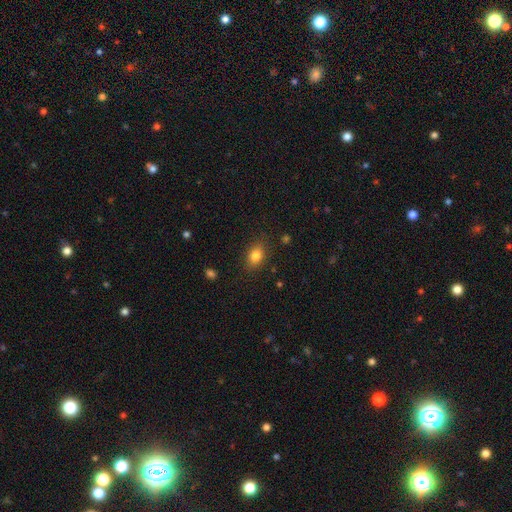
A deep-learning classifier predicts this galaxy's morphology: A smooth galaxy with no disk features (82%) that is in between round and cigar-shaped (75%). Merging: none (84%).